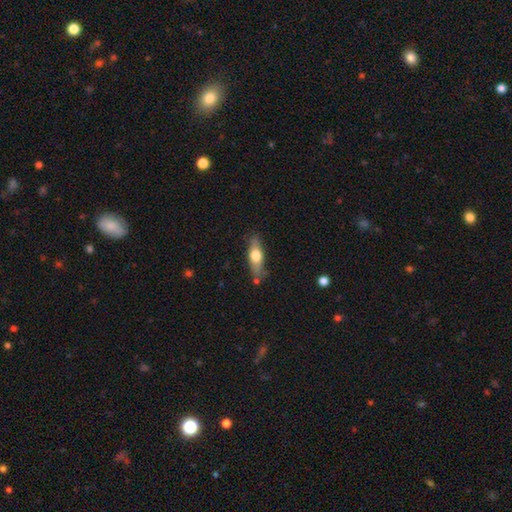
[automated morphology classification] This is possibly a smooth galaxy (55%). How rounded: possibly in between (49%). Merging: likely none (75%).